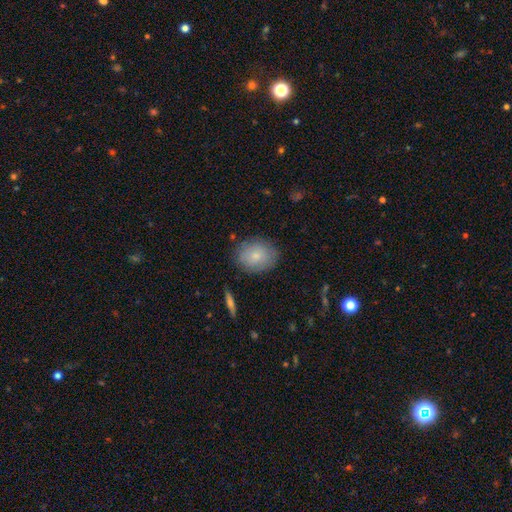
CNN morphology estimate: A smooth galaxy with no disk features (80%) that is round (53%).

Vote fractions:
- Smooth or featured? smooth: 80% / featured or disk: 13% / star or artifact: 7%
- How rounded? round: 53% / in between: 46% / cigar-shaped: 1%
- Merging? none: 82% / minor disturbance: 13% / major disturbance: 3% / merger: 2%